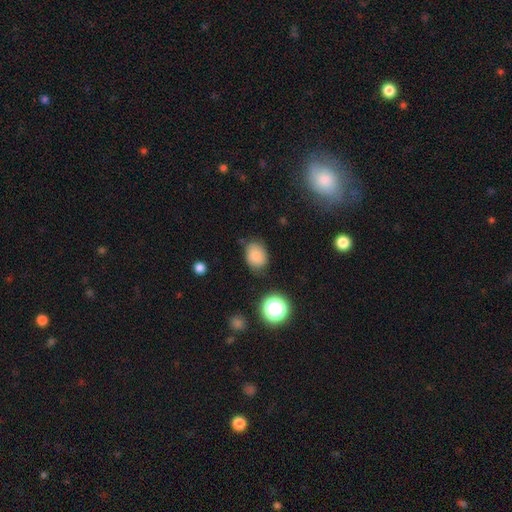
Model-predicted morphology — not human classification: A smooth galaxy with no disk features (79%) that is in between round and cigar-shaped (56%). Merging: none (69%).